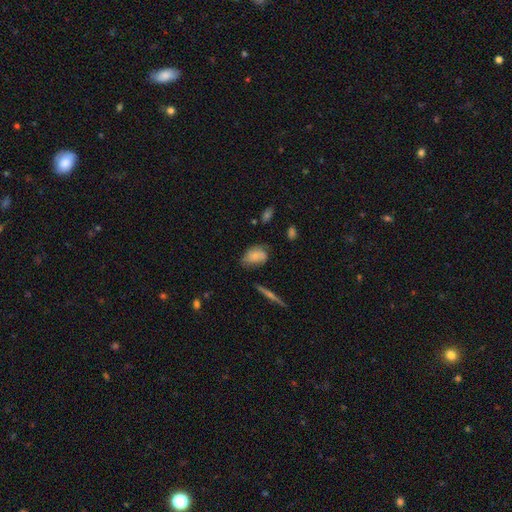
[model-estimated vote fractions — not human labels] Smooth or featured? Predicted: smooth (p=0.62). How rounded? Predicted: in between (p=0.84). Merging? Predicted: none (p=0.55).